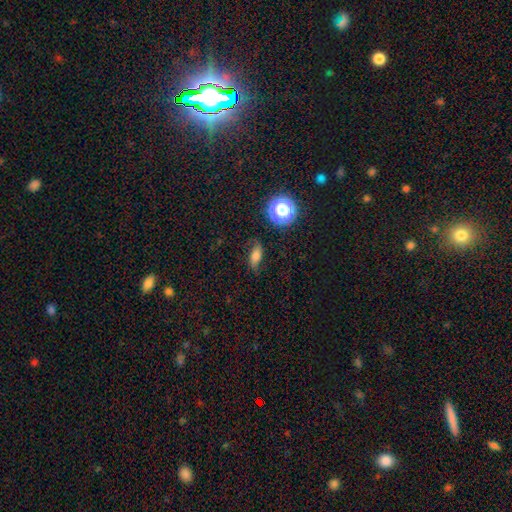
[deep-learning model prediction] A smooth galaxy with no disk features (65%) that is in between round and cigar-shaped (70%).

Vote fractions:
- Smooth or featured? smooth: 65% / featured or disk: 20% / star or artifact: 15%
- How rounded? in between: 70% / cigar-shaped: 16% / round: 13%
- Merging? none: 73% / minor disturbance: 19% / major disturbance: 7% / merger: 2%